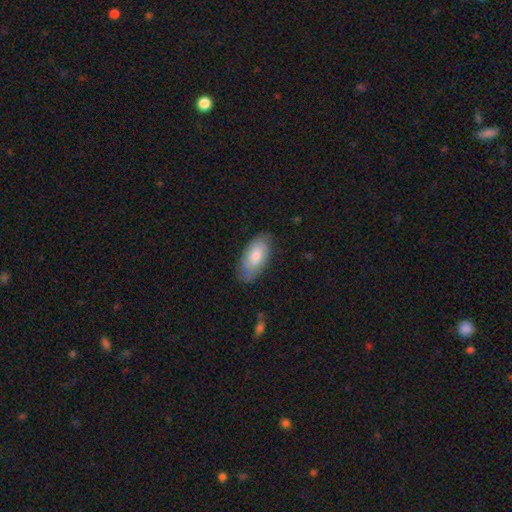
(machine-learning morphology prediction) The model was most divided on "smooth or featured": smooth: 74%, featured or disk: 21%, star or artifact: 6%. More confident: how rounded — in between (92%); merging — none (77%).